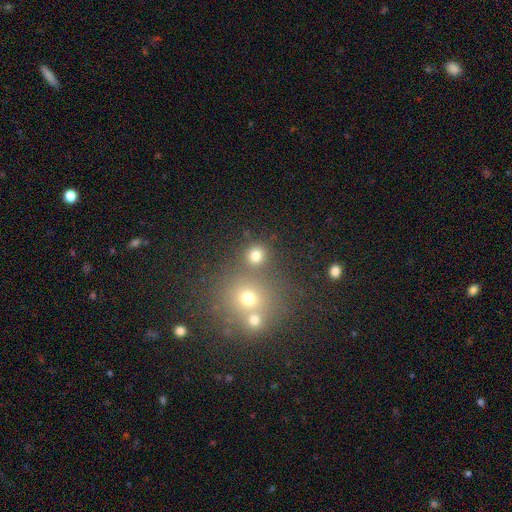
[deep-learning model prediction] Smooth or featured? Predicted: smooth (p=0.75). How rounded? Predicted: round (p=0.88). Merging? Predicted: none (p=0.70).